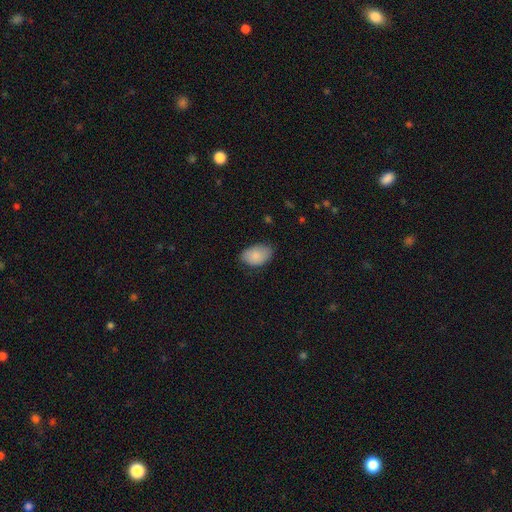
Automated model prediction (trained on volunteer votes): smooth-or-featured: smooth: 86% | featured or disk: 7% | star or artifact: 6%
  how-rounded: in between: 91% | round: 8% | cigar-shaped: 1%
  merging: none: 74% | minor disturbance: 21% | major disturbance: 3% | merger: 1%